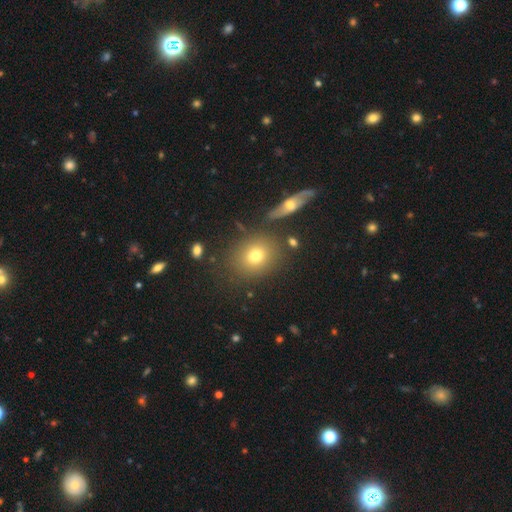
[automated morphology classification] A smooth galaxy with no disk features (73%) that is round (60%). Merging: none (78%).